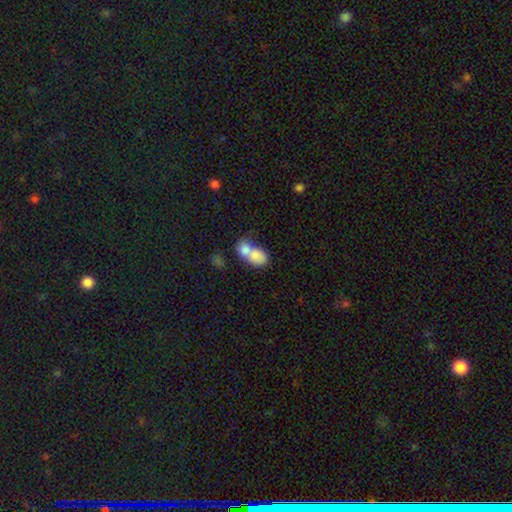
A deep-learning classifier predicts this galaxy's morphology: smooth-or-featured: smooth: 80% | featured or disk: 13% | star or artifact: 7%
  how-rounded: in between: 74% | round: 24% | cigar-shaped: 2%
  merging: merger: 74% | none: 16% | minor disturbance: 6% | major disturbance: 4%